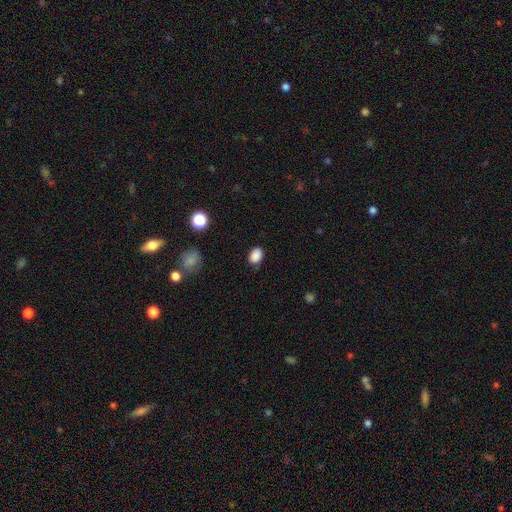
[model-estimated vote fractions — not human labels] Smooth or featured?
  - smooth: 87% *
  - star or artifact: 10%
  - featured or disk: 3%
How rounded?
  - in between: 78% *
  - round: 21%
  - cigar-shaped: 1%
Merging?
  - none: 83% *
  - minor disturbance: 13%
  - major disturbance: 3%
  - merger: 1%